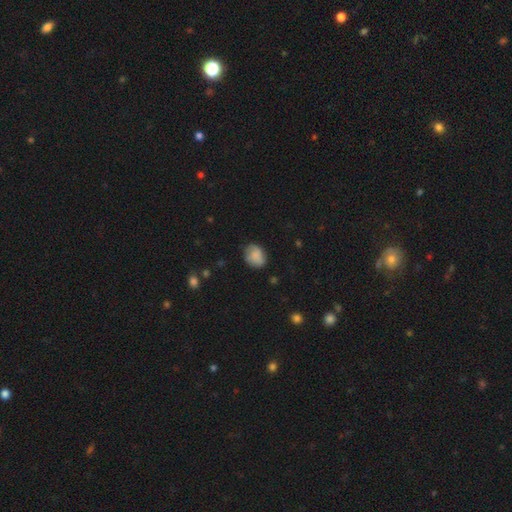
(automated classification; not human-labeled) This appears to be a smooth galaxy with no disk features (77%) that is in between round and cigar-shaped (50%). Merging: none (70%).